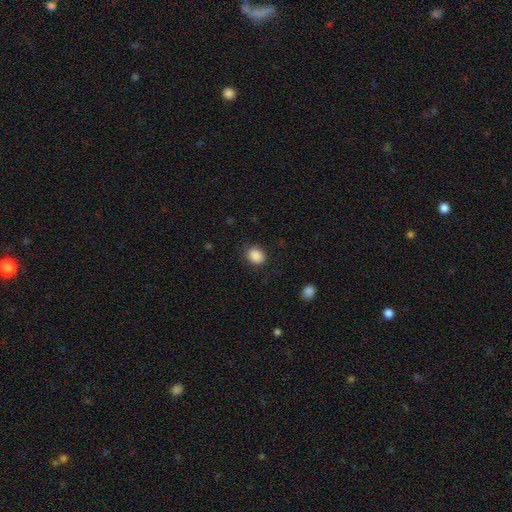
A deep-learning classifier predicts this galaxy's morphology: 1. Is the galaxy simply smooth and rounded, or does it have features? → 88% smooth, 9% star or artifact, 3% featured or disk.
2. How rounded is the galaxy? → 54% round, 45% in between, 1% cigar-shaped.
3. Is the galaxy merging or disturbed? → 86% none, 10% minor disturbance, 3% major disturbance, 1% merger.